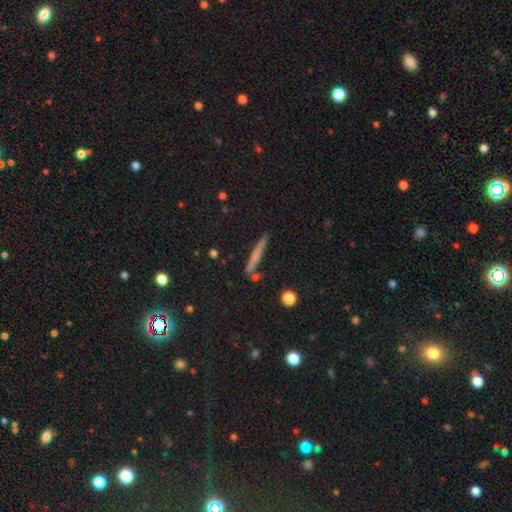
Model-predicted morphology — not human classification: smooth_or_featured: smooth (p=0.61) [alt: featured or disk p=0.29]
how_rounded: cigar-shaped (p=0.94) [alt: in between p=0.04]
merging: none (p=0.83) [alt: minor disturbance p=0.11]